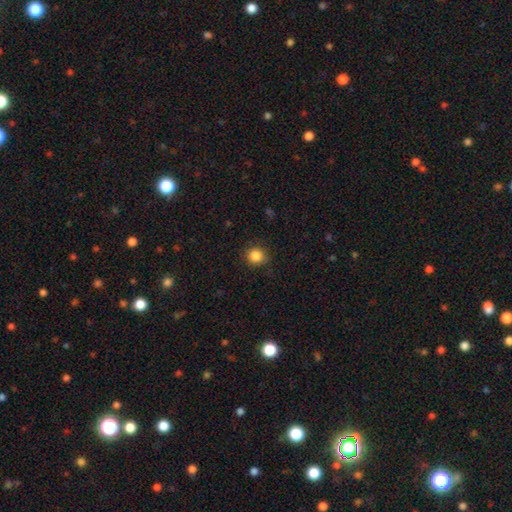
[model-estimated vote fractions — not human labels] Smooth or featured? smooth (86%)
How rounded? round (89%)
Merging? none (87%)